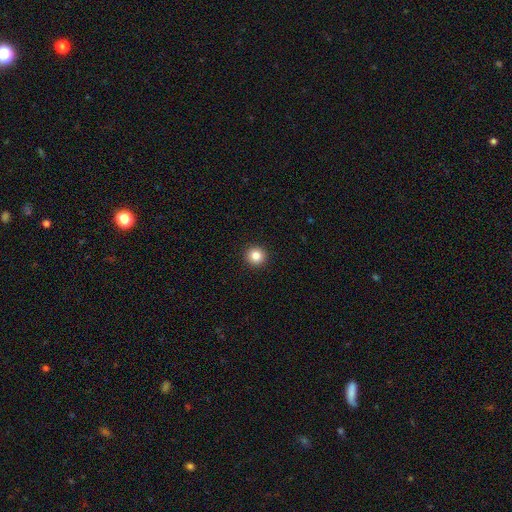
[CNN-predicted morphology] smooth-or-featured: smooth: 85% | star or artifact: 11% | featured or disk: 5%
  how-rounded: round: 95% | in between: 4% | cigar-shaped: 1%
  merging: none: 93% | minor disturbance: 4% | major disturbance: 1% | merger: 1%